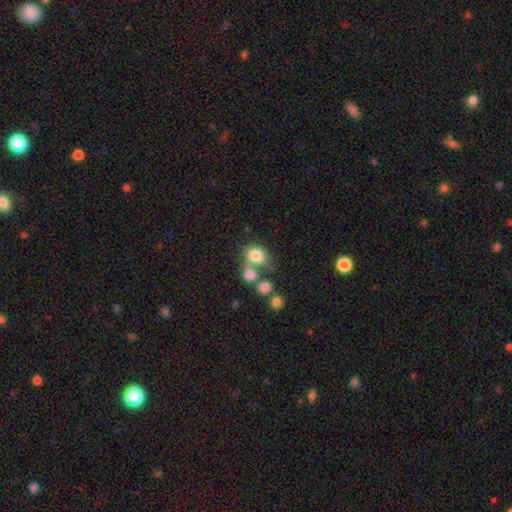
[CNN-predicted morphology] The model was most divided on "merging": none: 42%, merger: 39%, minor disturbance: 12%, major disturbance: 7%. More confident: smooth or featured — smooth (77%); how rounded — round (58%).